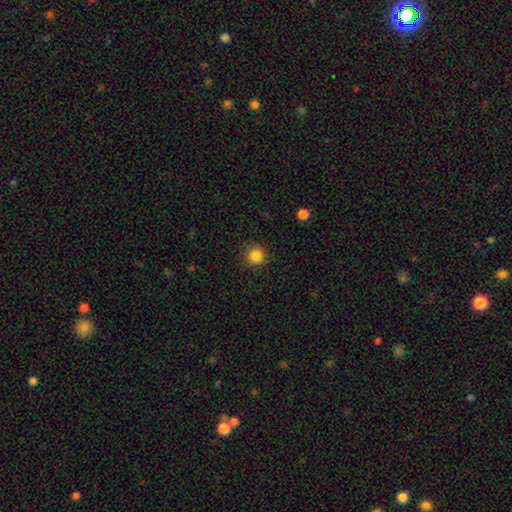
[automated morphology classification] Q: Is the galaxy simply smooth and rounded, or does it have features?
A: smooth — 85%.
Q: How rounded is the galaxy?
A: round — 93%.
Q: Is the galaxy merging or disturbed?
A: none — 88%.